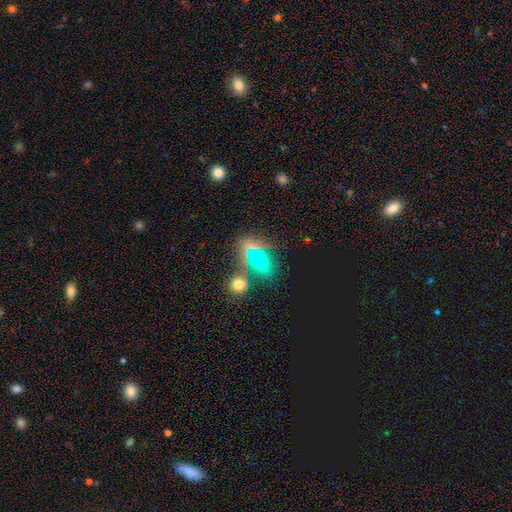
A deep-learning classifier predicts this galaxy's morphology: Smooth or featured? Predicted: smooth (p=0.50). How rounded? Predicted: in between (p=0.66). Merging? Predicted: none (p=0.58).